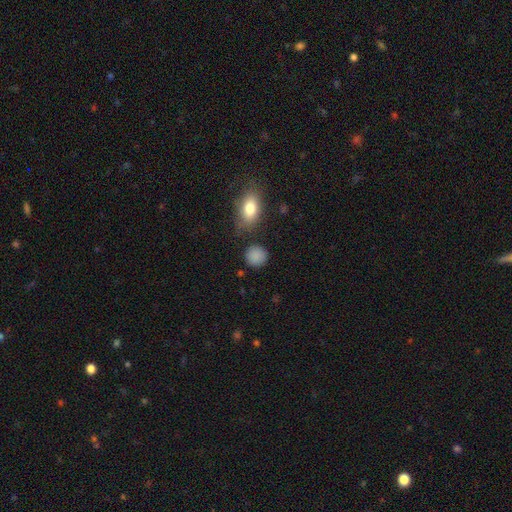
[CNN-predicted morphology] A smooth galaxy with no disk features (87%) that is round (86%).

Vote fractions:
- Smooth or featured? smooth: 87% / star or artifact: 9% / featured or disk: 4%
- How rounded? round: 86% / in between: 12% / cigar-shaped: 1%
- Merging? none: 81% / minor disturbance: 11% / merger: 4% / major disturbance: 4%